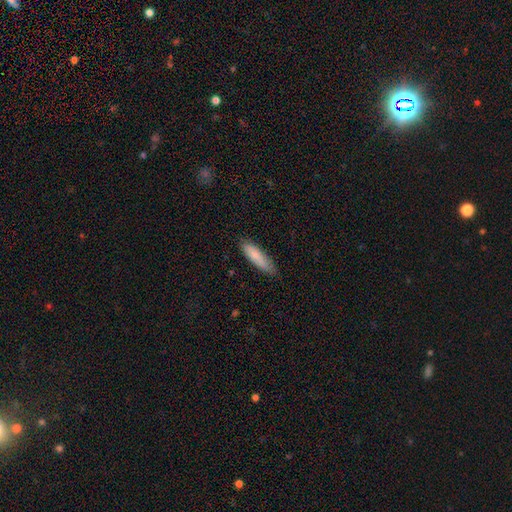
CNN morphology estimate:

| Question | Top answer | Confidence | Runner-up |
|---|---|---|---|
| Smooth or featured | smooth | 82% | featured or disk (13%) |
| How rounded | cigar-shaped | 64% | in between (34%) |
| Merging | none | 81% | minor disturbance (16%) |